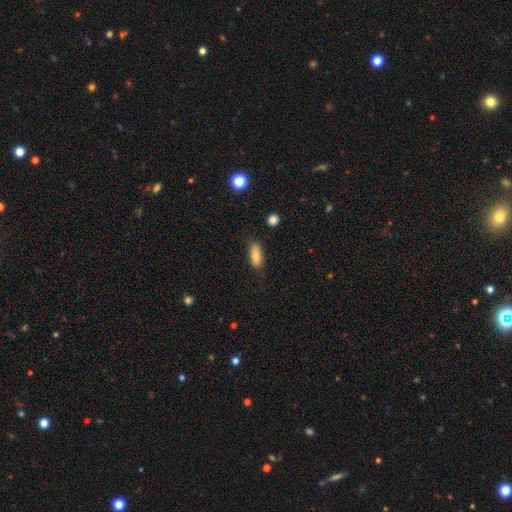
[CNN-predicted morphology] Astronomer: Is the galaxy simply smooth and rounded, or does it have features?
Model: smooth — 82%.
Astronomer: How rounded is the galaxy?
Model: in between — 71%.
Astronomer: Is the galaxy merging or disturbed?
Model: none — 80%.